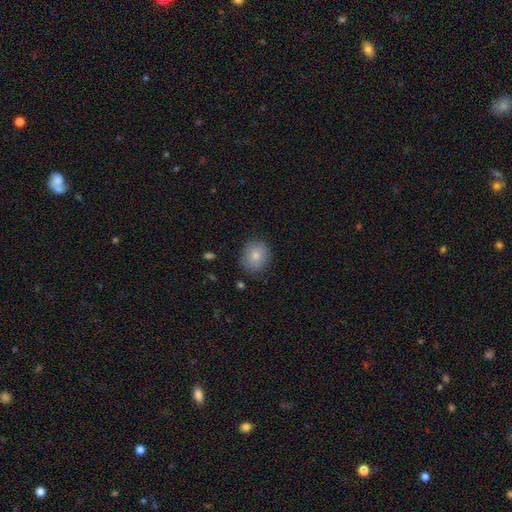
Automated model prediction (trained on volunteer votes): smooth_or_featured: smooth (p=0.81) [alt: featured or disk p=0.11]
how_rounded: round (p=0.69) [alt: in between p=0.30]
merging: none (p=0.84) [alt: minor disturbance p=0.12]